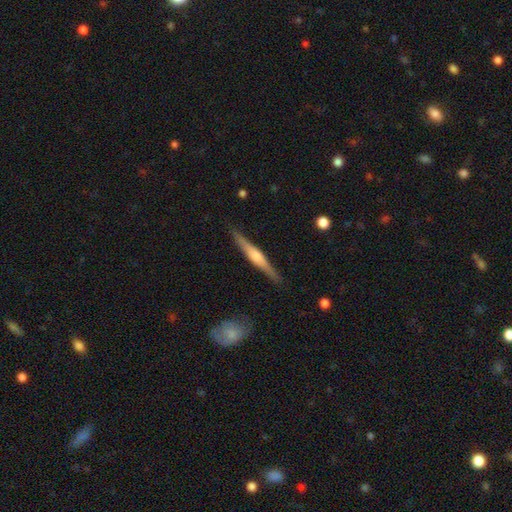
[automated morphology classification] Q: Smooth or featured?
A: featured or disk (69%); runner-up: smooth (26%)
Q: Edge-on disk?
A: yes (97%); runner-up: no (3%)
Q: Edge-on bulge?
A: rounded (75%); runner-up: boxy (14%)
Q: Merging?
A: none (89%); runner-up: minor disturbance (8%)